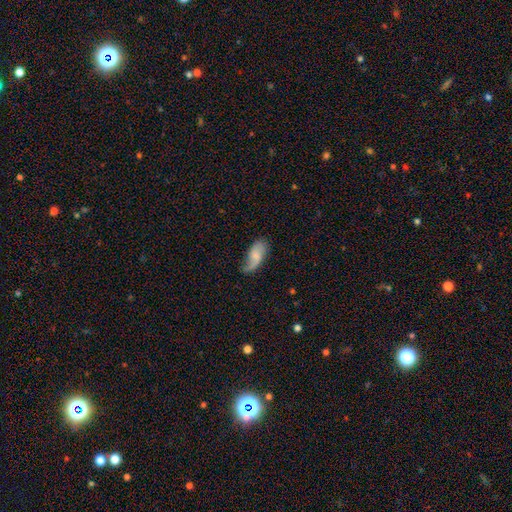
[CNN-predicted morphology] smooth_or_featured: smooth (p=0.51) [alt: featured or disk p=0.42]
how_rounded: in between (p=0.90) [alt: cigar-shaped p=0.08]
merging: none (p=0.45) [alt: minor disturbance p=0.33]